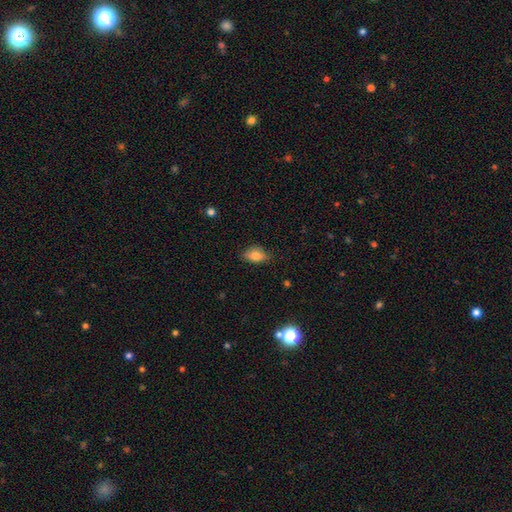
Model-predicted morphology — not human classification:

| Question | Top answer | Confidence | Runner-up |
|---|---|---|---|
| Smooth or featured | smooth | 78% | featured or disk (13%) |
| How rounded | in between | 84% | round (11%) |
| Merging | none | 74% | minor disturbance (21%) |